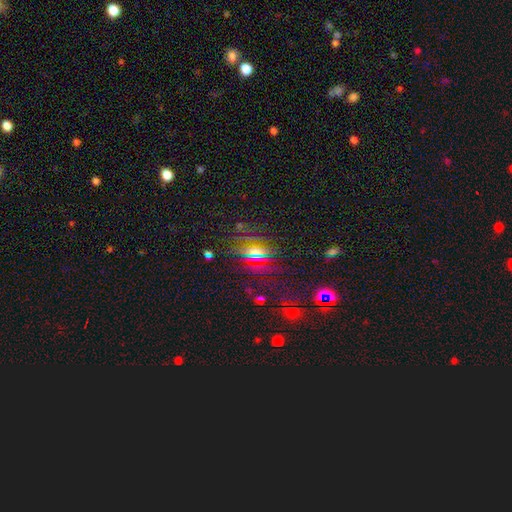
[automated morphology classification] smooth-or-featured: star or artifact: 52% | smooth: 33% | featured or disk: 14%